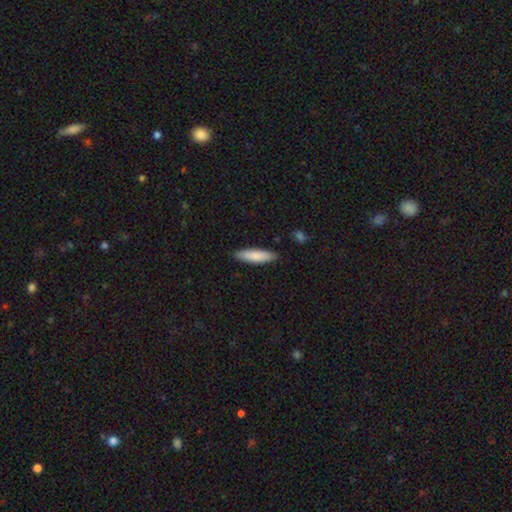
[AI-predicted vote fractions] Morphology: type=smooth (84%); roundness=cigar-shaped (67%); merging=none (88%).